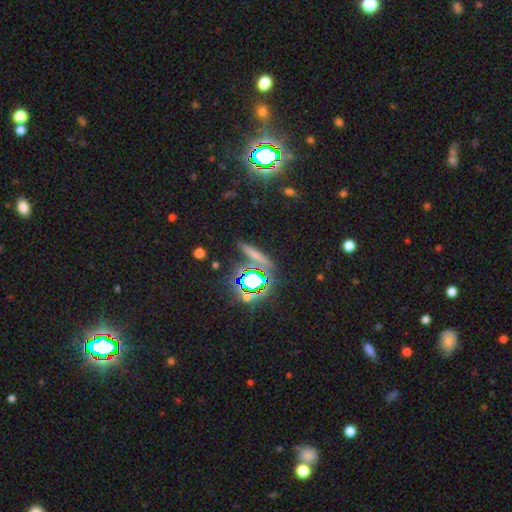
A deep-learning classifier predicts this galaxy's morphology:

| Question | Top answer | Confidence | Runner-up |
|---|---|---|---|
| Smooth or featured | smooth | 47% | star or artifact (36%) |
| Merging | none | 81% | minor disturbance (10%) |